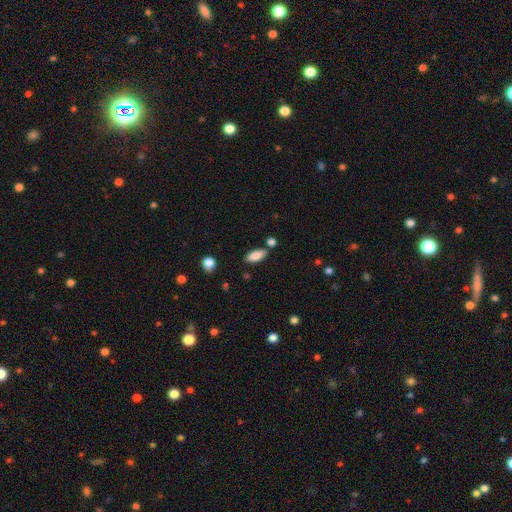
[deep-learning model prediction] Smooth or featured? smooth (84%)
How rounded? in between (86%)
Merging? none (78%)